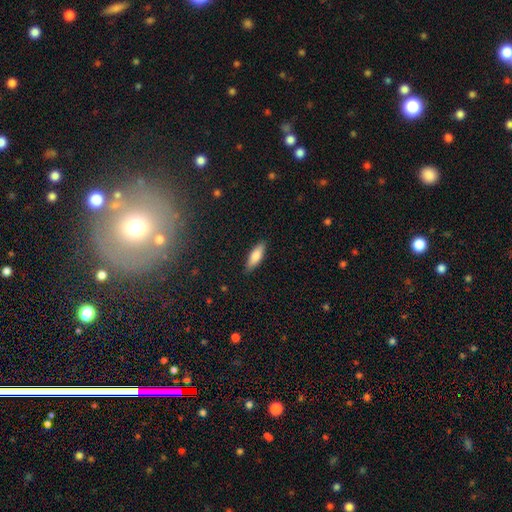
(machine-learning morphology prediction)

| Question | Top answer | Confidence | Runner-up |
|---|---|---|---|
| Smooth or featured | smooth | 81% | featured or disk (13%) |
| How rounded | in between | 55% | cigar-shaped (44%) |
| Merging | none | 87% | minor disturbance (10%) |